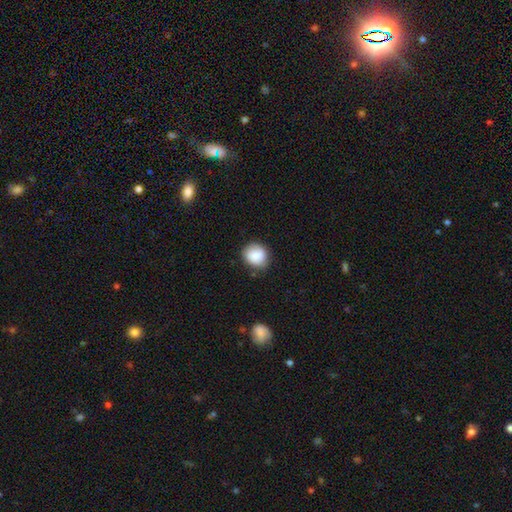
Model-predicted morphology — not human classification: type=smooth (85%); roundness=round (78%); merging=none (80%).